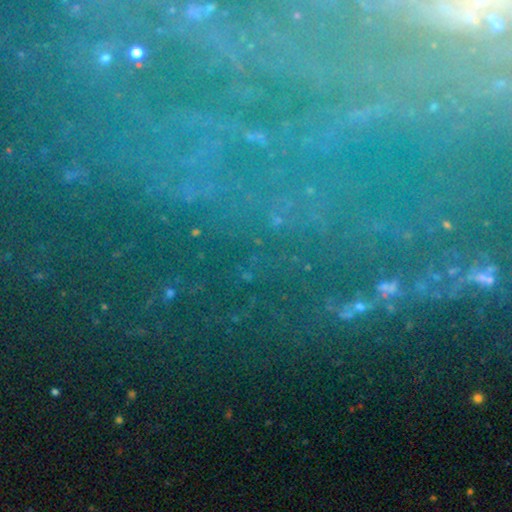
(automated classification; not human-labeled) Smooth or featured? star or artifact (62%)